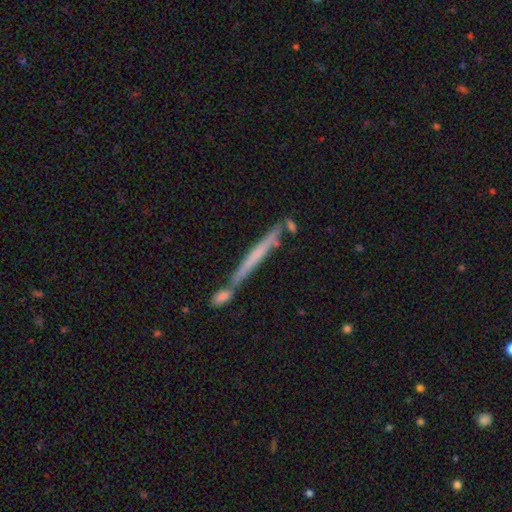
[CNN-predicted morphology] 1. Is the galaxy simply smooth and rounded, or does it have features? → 52% featured or disk, 40% smooth, 8% star or artifact.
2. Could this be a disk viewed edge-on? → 94% yes, 6% no.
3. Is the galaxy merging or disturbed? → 66% none, 17% merger, 13% minor disturbance, 4% major disturbance.